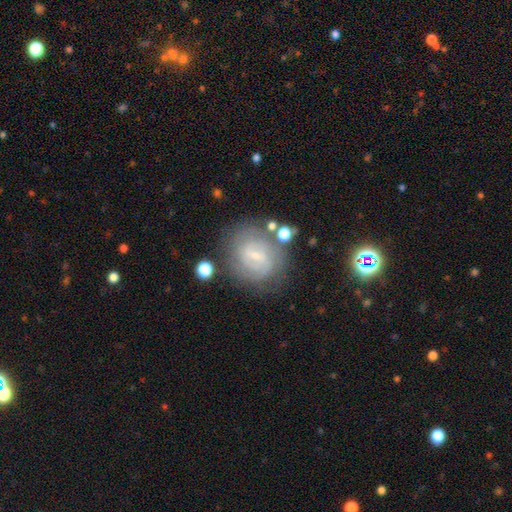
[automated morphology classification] Q: Smooth or featured?
A: featured or disk (67%); runner-up: smooth (24%)
Q: Edge-on disk?
A: no (96%); runner-up: yes (4%)
Q: Bar?
A: weak (57%); runner-up: strong (23%)
Q: Spiral arms?
A: yes (82%); runner-up: no (18%)
Q: Spiral winding?
A: tight (57%); runner-up: medium (32%)
Q: Spiral arm count?
A: 2 (42%); runner-up: can't tell (39%)
Q: Bulge size?
A: small (68%); runner-up: moderate (16%)
Q: Merging?
A: none (72%); runner-up: minor disturbance (16%)